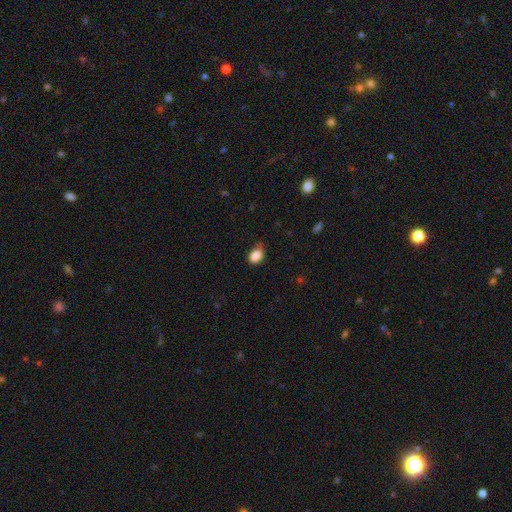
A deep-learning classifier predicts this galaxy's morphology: Smooth or featured: smooth — 87% (star or artifact — 9%)
How rounded: in between — 74% (round — 25%)
Merging: none — 61% (minor disturbance — 31%)